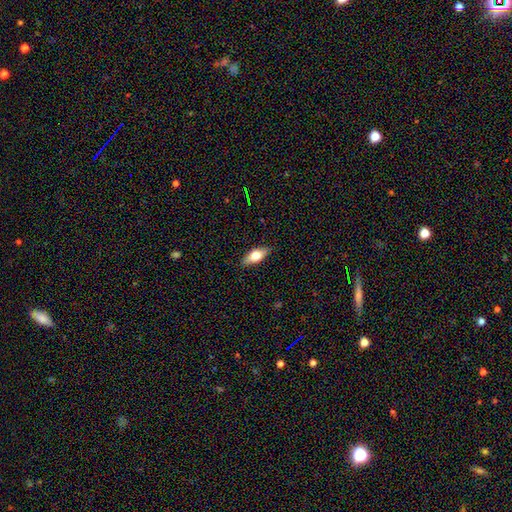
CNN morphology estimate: Smooth or featured?
  - smooth: 61% *
  - featured or disk: 32%
  - star or artifact: 7%
How rounded?
  - in between: 75% *
  - cigar-shaped: 22%
  - round: 4%
Merging?
  - none: 87% *
  - minor disturbance: 10%
  - major disturbance: 2%
  - merger: 1%